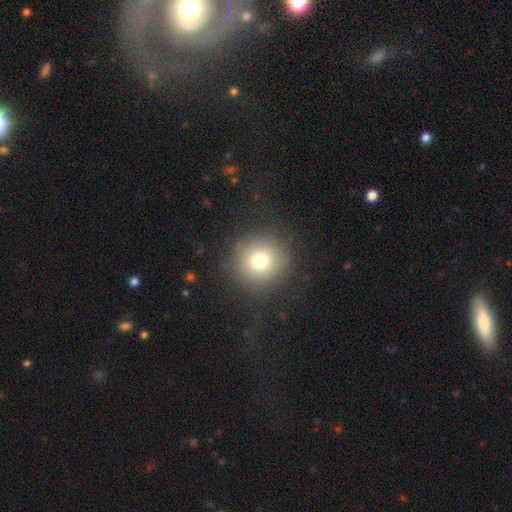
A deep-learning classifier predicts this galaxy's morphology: This appears to be a smooth galaxy with no disk features (52%) that is round (91%). Merging: none (79%).